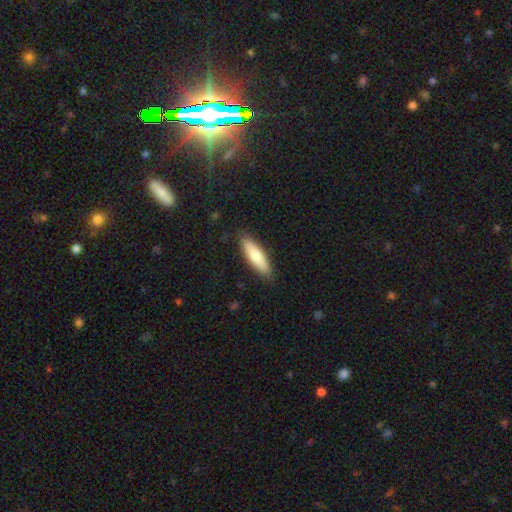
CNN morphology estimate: A smooth galaxy with no disk features (74%) that is cigar-shaped (59%). Merging: none (86%).